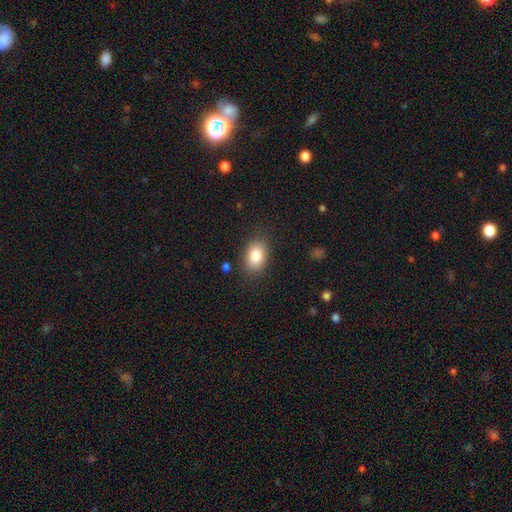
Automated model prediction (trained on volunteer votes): This appears to be a smooth galaxy with no disk features (84%) that is in between round and cigar-shaped (81%). Merging: none (85%).